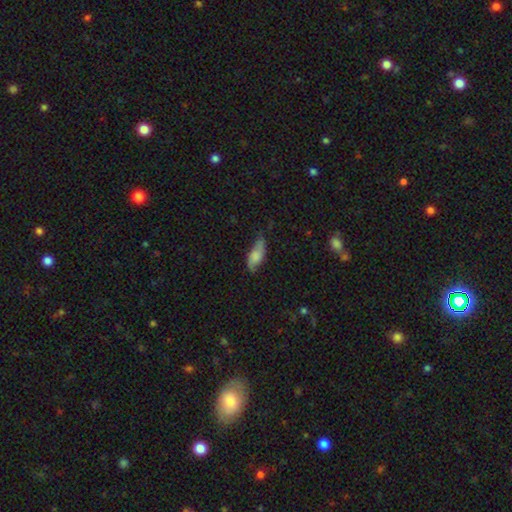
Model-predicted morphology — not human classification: Q: Smooth or featured?
A: smooth (66%); runner-up: featured or disk (26%)
Q: How rounded?
A: in between (75%); runner-up: cigar-shaped (22%)
Q: Merging?
A: none (58%); runner-up: minor disturbance (32%)